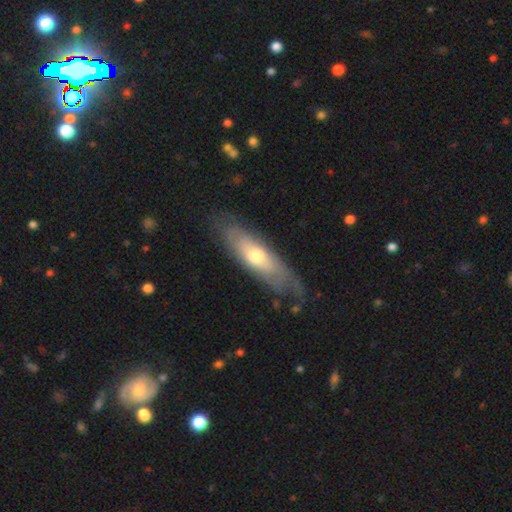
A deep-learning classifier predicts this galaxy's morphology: This appears to be a featured or disk galaxy (50%). Merging: none (66%).